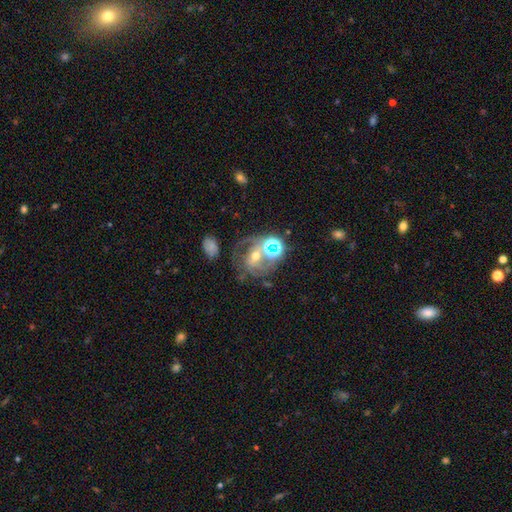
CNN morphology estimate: Smooth or featured? featured or disk (59%)
Edge-on disk? no (96%)
Bar? no (39%)
Spiral arms? yes (75%)
Bulge size? moderate (60%)
Merging? none (47%)